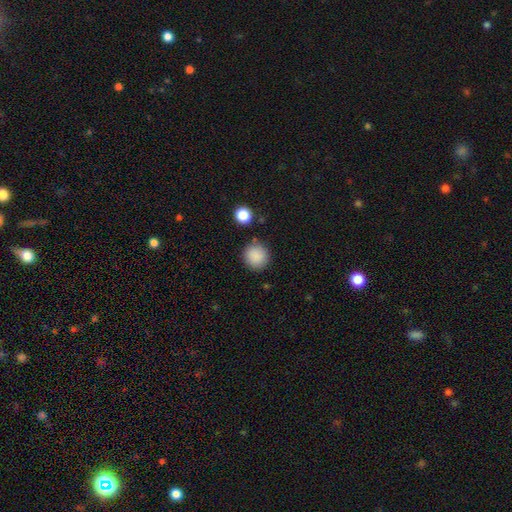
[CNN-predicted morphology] Overall: smooth (88%). How rounded: round (91%). Merging: none (84%).